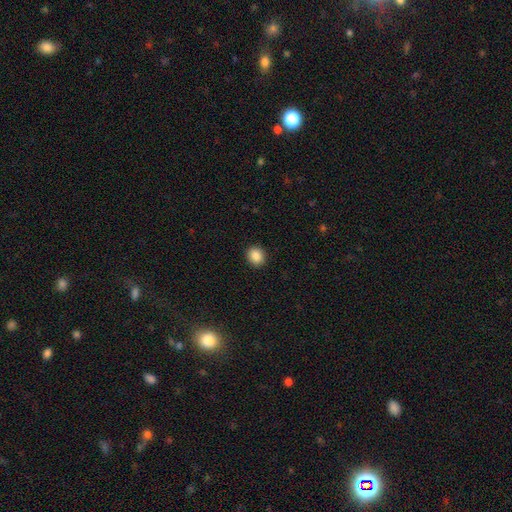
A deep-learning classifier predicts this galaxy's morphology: smooth-or-featured: smooth: 88% | star or artifact: 9% | featured or disk: 3%
  how-rounded: round: 76% | in between: 23% | cigar-shaped: 1%
  merging: none: 92% | minor disturbance: 6% | major disturbance: 2% | merger: 1%